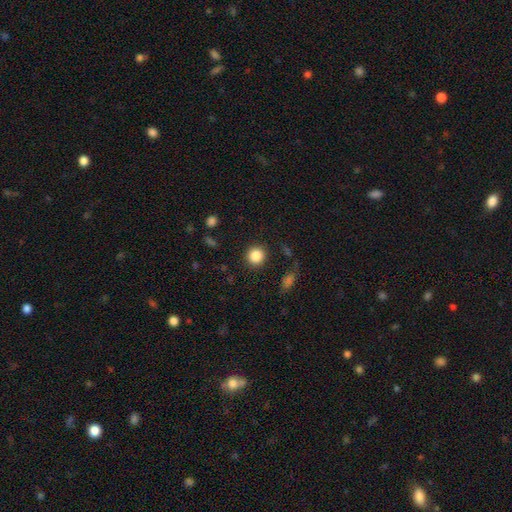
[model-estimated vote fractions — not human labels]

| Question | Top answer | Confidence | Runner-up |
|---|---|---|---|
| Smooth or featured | smooth | 86% | star or artifact (10%) |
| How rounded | round | 92% | in between (7%) |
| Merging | none | 89% | minor disturbance (7%) |